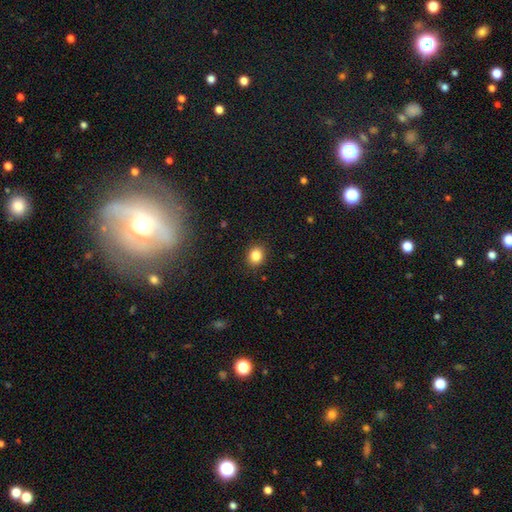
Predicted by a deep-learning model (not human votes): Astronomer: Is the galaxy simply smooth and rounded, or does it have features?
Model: smooth — 85%.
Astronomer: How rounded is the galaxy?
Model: round — 70%.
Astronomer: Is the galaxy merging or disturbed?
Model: none — 90%.